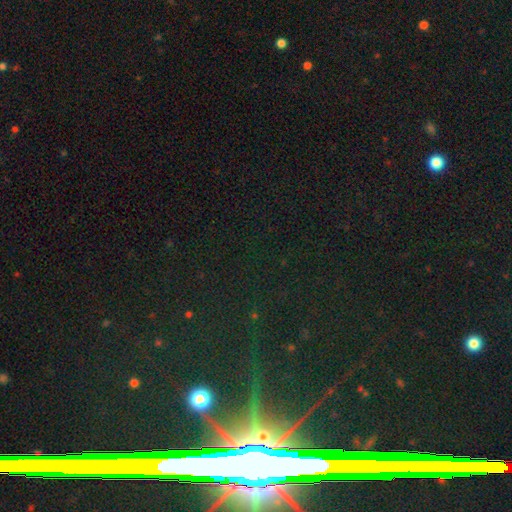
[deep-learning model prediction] Q: Smooth or featured?
A: star or artifact (71%); runner-up: featured or disk (17%)